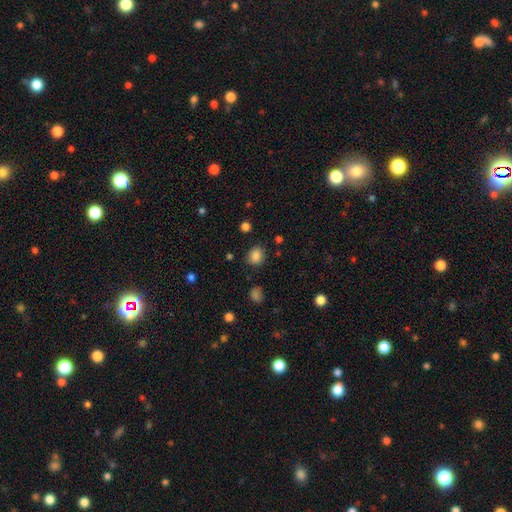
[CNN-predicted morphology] smooth-or-featured: smooth: 85% | star or artifact: 11% | featured or disk: 4%
  how-rounded: round: 62% | in between: 37% | cigar-shaped: 1%
  merging: none: 84% | minor disturbance: 11% | major disturbance: 3% | merger: 2%